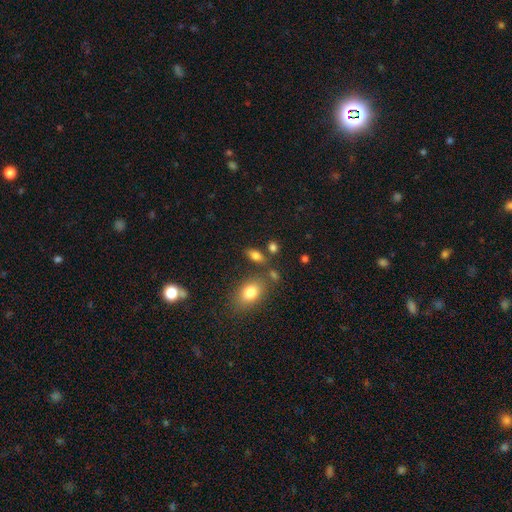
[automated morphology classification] Smooth or featured: smooth — 75% (featured or disk — 14%)
How rounded: in between — 81% (cigar-shaped — 11%)
Merging: none — 72% (minor disturbance — 12%)